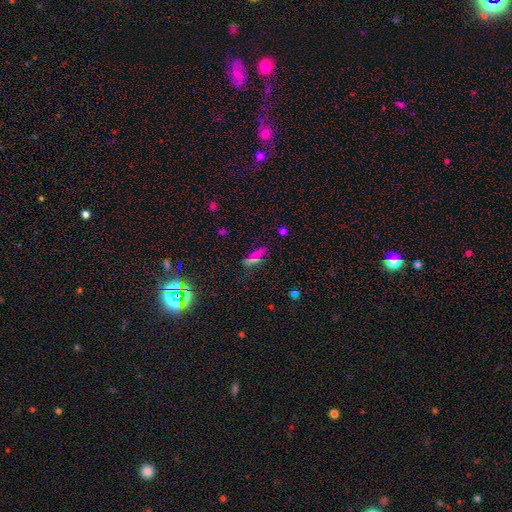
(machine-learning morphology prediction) smooth-or-featured: smooth: 61% | star or artifact: 25% | featured or disk: 14%
  how-rounded: cigar-shaped: 49% | in between: 46% | round: 6%
  merging: none: 74% | minor disturbance: 16% | major disturbance: 6% | merger: 5%